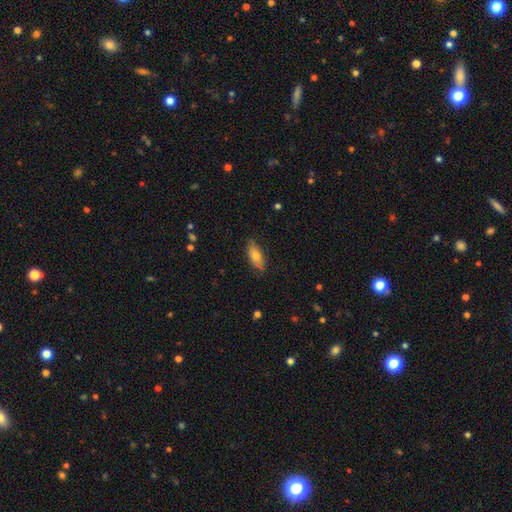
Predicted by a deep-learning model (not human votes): smooth 74%, featured or disk 19%, star or artifact 7%. Down the decision tree: how rounded — in between (84%); merging — none (80%).